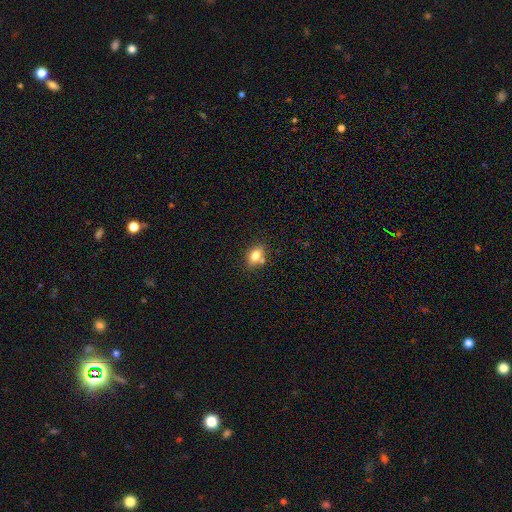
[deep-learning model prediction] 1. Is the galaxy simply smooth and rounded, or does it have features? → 79% smooth, 11% featured or disk, 10% star or artifact.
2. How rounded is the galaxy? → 69% in between, 29% round, 2% cigar-shaped.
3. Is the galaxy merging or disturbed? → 68% none, 14% minor disturbance, 14% merger, 3% major disturbance.